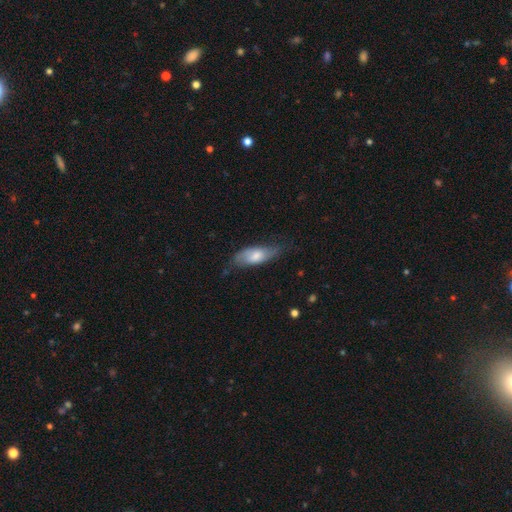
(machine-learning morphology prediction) This appears to be a smooth galaxy with no disk features (63%) that is in between round and cigar-shaped (75%). Merging: none (58%).